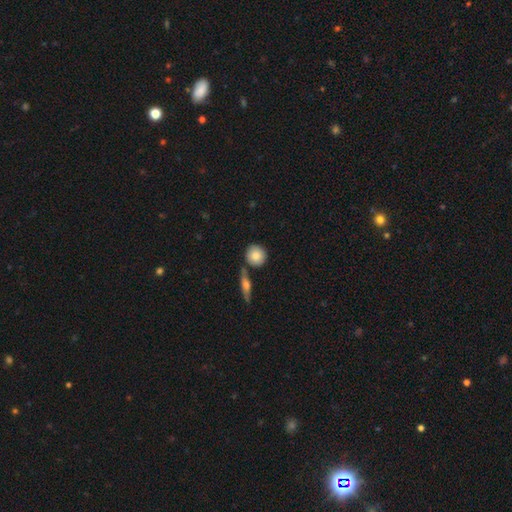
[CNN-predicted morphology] Smooth or featured: smooth — 83% (featured or disk — 11%)
How rounded: round — 89% (in between — 9%)
Merging: none — 76% (minor disturbance — 11%)